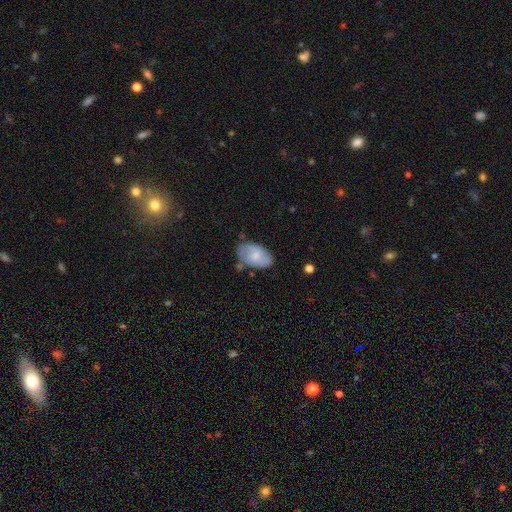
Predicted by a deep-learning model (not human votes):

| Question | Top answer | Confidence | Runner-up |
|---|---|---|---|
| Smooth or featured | smooth | 61% | featured or disk (32%) |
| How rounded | in between | 93% | round (6%) |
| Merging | none | 66% | minor disturbance (24%) |